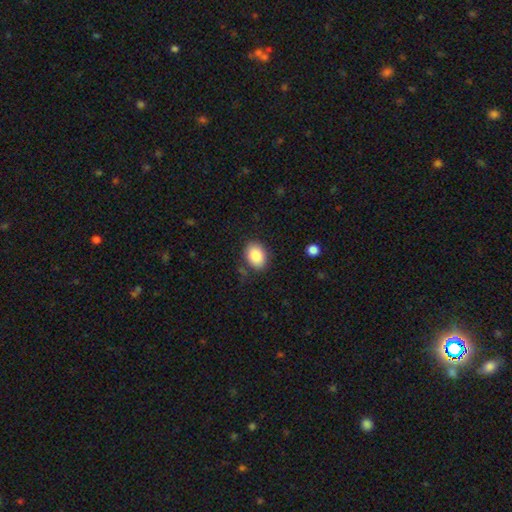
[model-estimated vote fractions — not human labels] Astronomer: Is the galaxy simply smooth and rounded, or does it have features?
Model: smooth — 87%.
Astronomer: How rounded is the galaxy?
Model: in between — 71%.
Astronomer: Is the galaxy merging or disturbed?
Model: none — 83%.